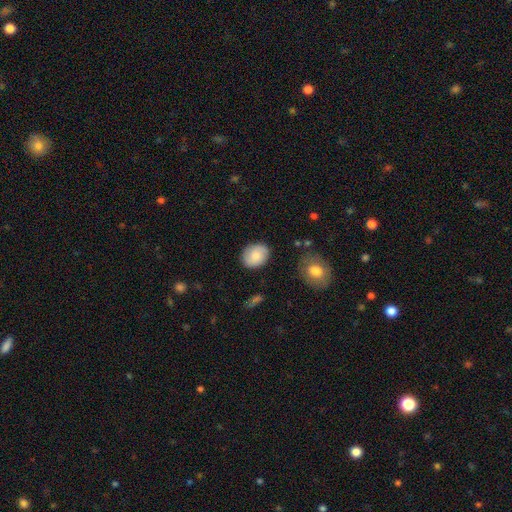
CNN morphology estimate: smooth-or-featured: smooth: 80% | featured or disk: 13% | star or artifact: 7%
  how-rounded: in between: 55% | round: 44% | cigar-shaped: 1%
  merging: none: 84% | minor disturbance: 11% | major disturbance: 3% | merger: 2%